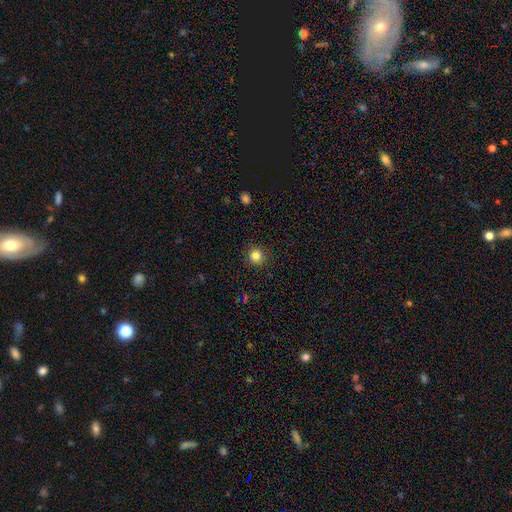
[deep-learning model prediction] Smooth or featured? Predicted: smooth (p=0.84). How rounded? Predicted: round (p=0.94). Merging? Predicted: none (p=0.91).